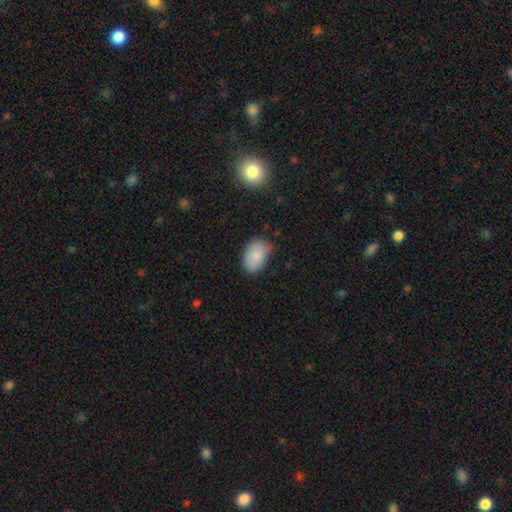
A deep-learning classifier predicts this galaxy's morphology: smooth 87%, star or artifact 7%, featured or disk 6%. Down the decision tree: how rounded — in between (88%); merging — none (69%).